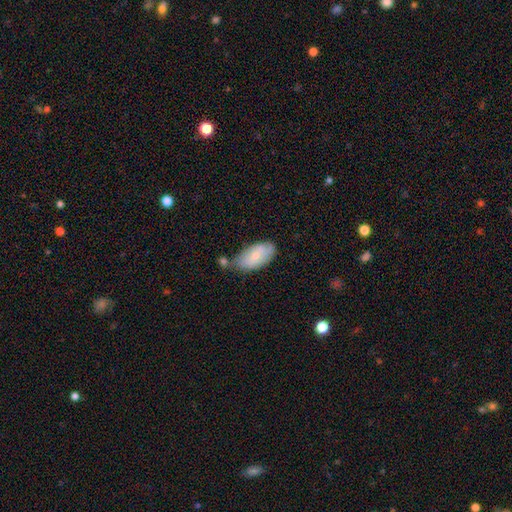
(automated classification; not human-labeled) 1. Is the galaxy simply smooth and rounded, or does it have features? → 65% smooth, 29% featured or disk, 6% star or artifact.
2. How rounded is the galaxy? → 93% in between, 4% cigar-shaped, 3% round.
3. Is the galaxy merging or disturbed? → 53% none, 26% minor disturbance, 15% merger, 6% major disturbance.